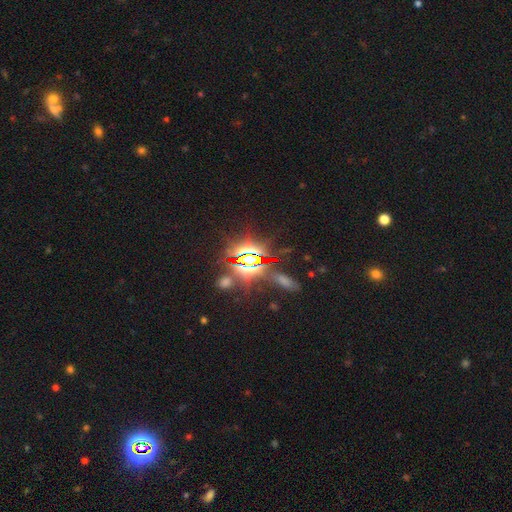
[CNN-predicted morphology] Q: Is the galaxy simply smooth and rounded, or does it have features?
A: star or artifact — 82%.